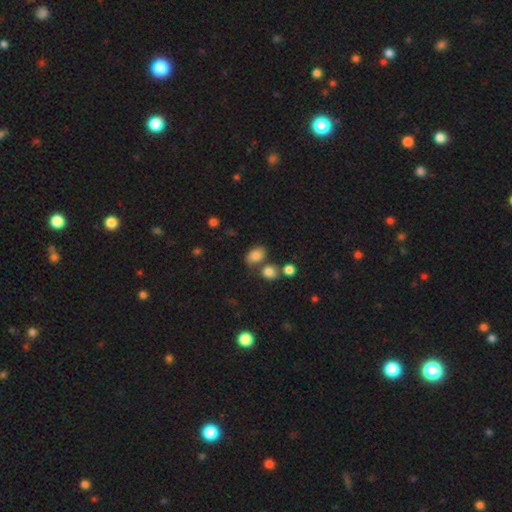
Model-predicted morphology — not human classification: Smooth or featured? Predicted: smooth (p=0.80). How rounded? Predicted: in between (p=0.81). Merging? Predicted: none (p=0.59).